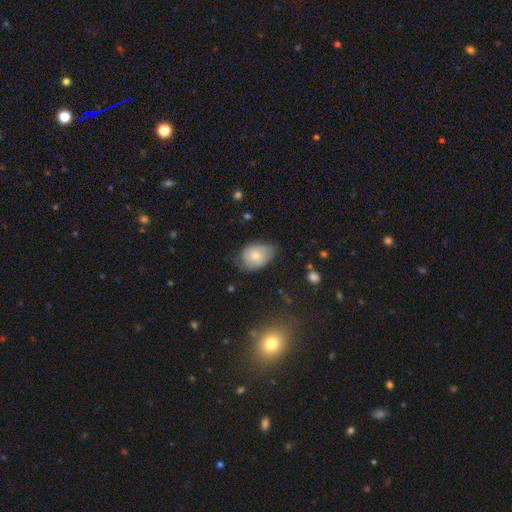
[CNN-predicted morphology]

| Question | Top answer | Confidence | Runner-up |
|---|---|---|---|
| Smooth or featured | smooth | 63% | featured or disk (29%) |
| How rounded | in between | 75% | round (24%) |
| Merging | none | 64% | minor disturbance (29%) |